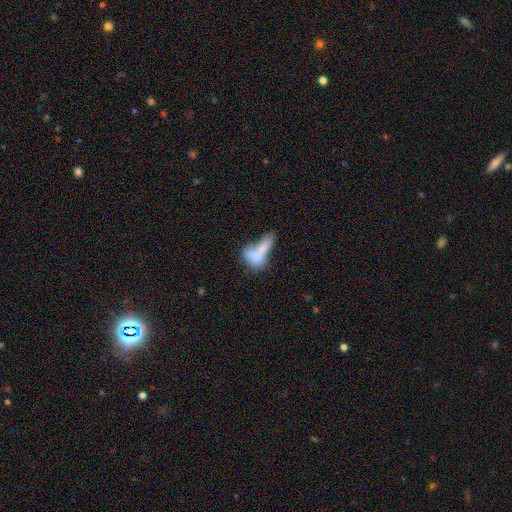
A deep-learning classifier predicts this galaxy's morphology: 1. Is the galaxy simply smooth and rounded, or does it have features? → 69% smooth, 22% featured or disk, 9% star or artifact.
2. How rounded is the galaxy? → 73% in between, 18% cigar-shaped, 9% round.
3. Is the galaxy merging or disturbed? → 59% merger, 17% none, 13% major disturbance, 10% minor disturbance.